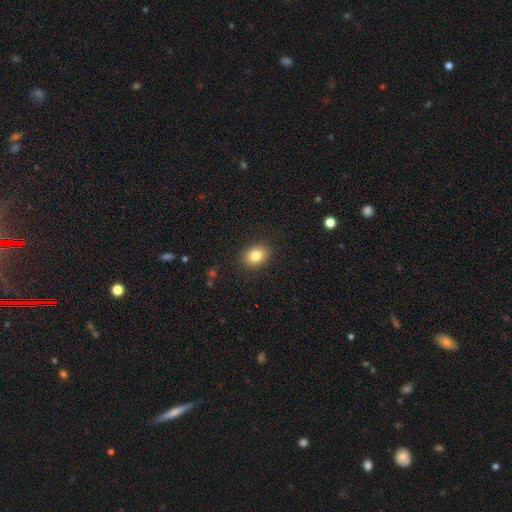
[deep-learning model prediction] Smooth or featured?
  - smooth: 81% *
  - star or artifact: 10%
  - featured or disk: 9%
How rounded?
  - in between: 61% *
  - round: 38%
  - cigar-shaped: 1%
Merging?
  - none: 89% *
  - minor disturbance: 8%
  - major disturbance: 2%
  - merger: 1%